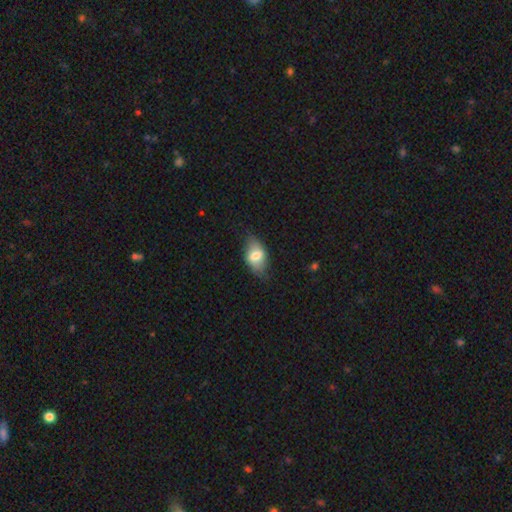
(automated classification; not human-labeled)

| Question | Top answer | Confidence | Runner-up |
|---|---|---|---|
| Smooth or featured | smooth | 63% | featured or disk (30%) |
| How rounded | in between | 87% | round (9%) |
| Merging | none | 71% | minor disturbance (22%) |